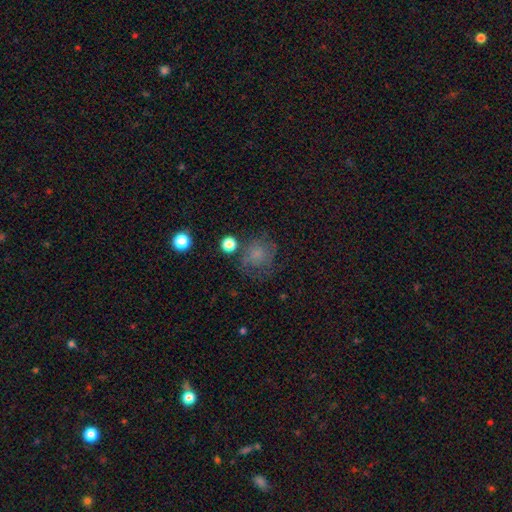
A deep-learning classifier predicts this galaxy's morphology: This is likely a smooth galaxy (65%). How rounded: likely round (78%). Merging: possibly none (57%).